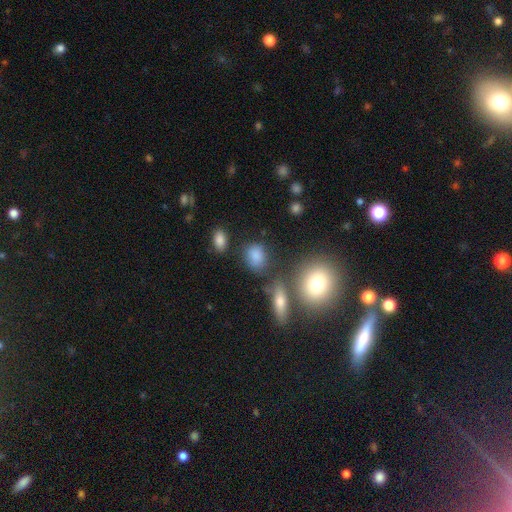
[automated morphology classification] Overall: smooth (82%). How rounded: in between (58%; round 39%). Merging: none (70%).